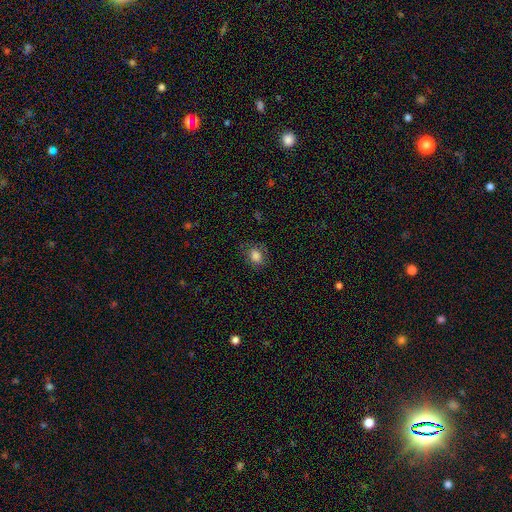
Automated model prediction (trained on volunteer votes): smooth-or-featured: smooth: 82% | star or artifact: 11% | featured or disk: 7%
  how-rounded: in between: 59% | round: 40% | cigar-shaped: 1%
  merging: none: 74% | minor disturbance: 18% | major disturbance: 6% | merger: 1%